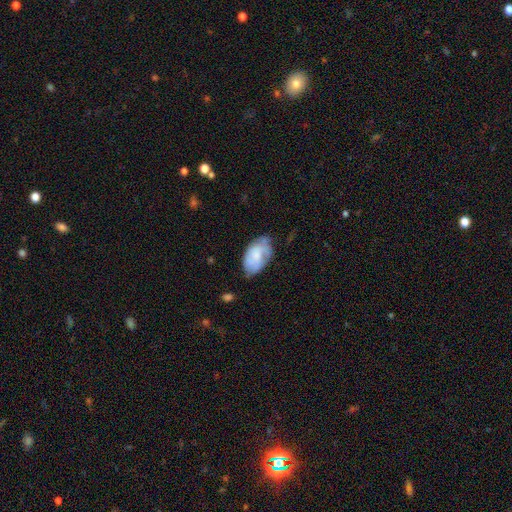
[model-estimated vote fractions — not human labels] This appears to be a smooth galaxy with no disk features (60%) that is in between round and cigar-shaped (93%). Merging: none (50%).